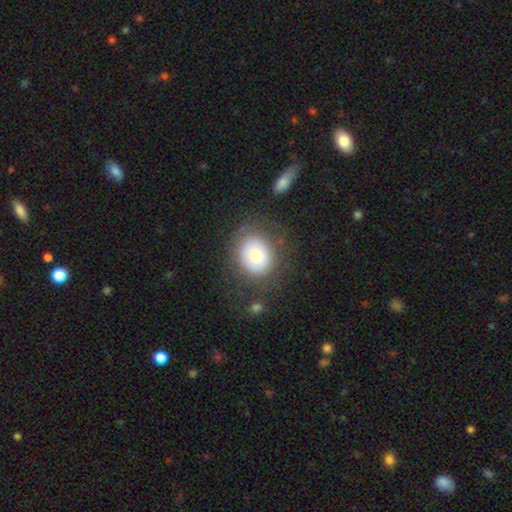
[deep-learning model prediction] smooth 68%, featured or disk 24%, star or artifact 9%. Down the decision tree: how rounded — round (66%); merging — none (72%).